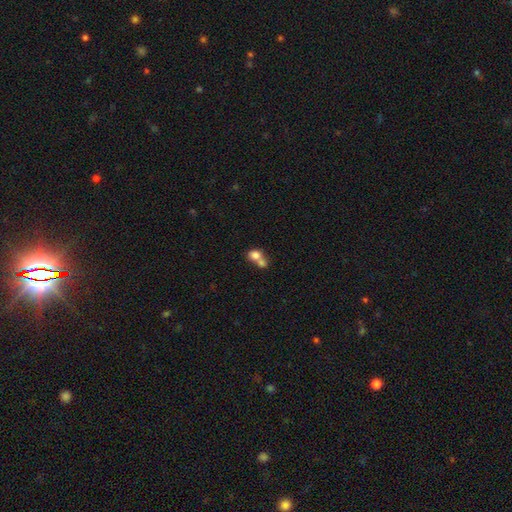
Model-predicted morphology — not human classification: Smooth or featured? smooth (76%)
How rounded? round (60%)
Merging? merger (67%)